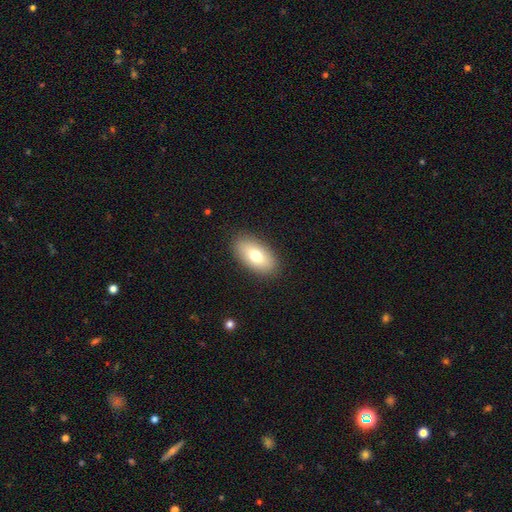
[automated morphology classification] A smooth galaxy with no disk features (73%) that is in between round and cigar-shaped (92%).

Vote fractions:
- Smooth or featured? smooth: 73% / featured or disk: 19% / star or artifact: 7%
- How rounded? in between: 92% / cigar-shaped: 4% / round: 4%
- Merging? none: 88% / minor disturbance: 9% / major disturbance: 2% / merger: 1%